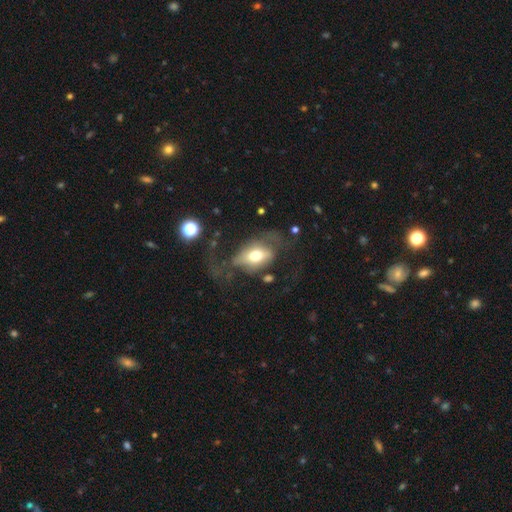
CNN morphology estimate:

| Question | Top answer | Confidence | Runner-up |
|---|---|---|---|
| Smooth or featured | smooth | 52% | featured or disk (39%) |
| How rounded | in between | 81% | round (15%) |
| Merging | major disturbance | 45% | none (30%) |